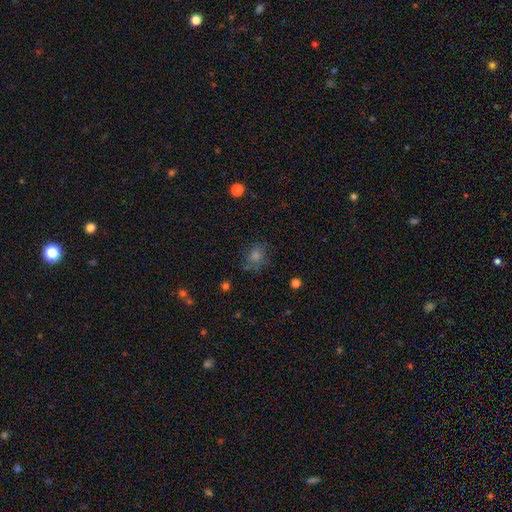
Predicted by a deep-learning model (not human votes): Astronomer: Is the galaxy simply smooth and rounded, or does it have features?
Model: smooth — 58%.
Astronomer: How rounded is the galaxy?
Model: round — 62%.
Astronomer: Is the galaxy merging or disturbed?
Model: none — 71%.